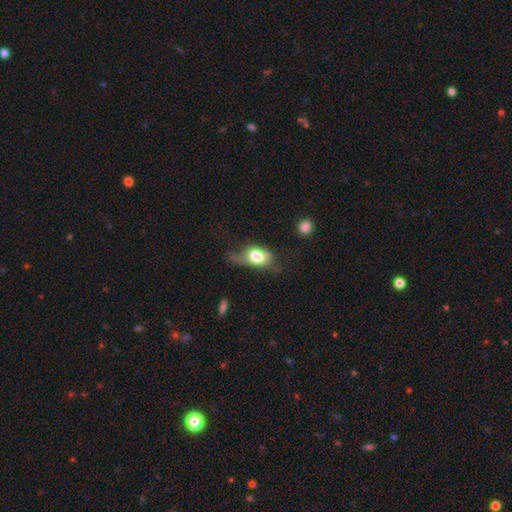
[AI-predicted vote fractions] This appears to be a smooth galaxy with no disk features (66%) that is in between round and cigar-shaped (78%). Merging: major disturbance (39%).